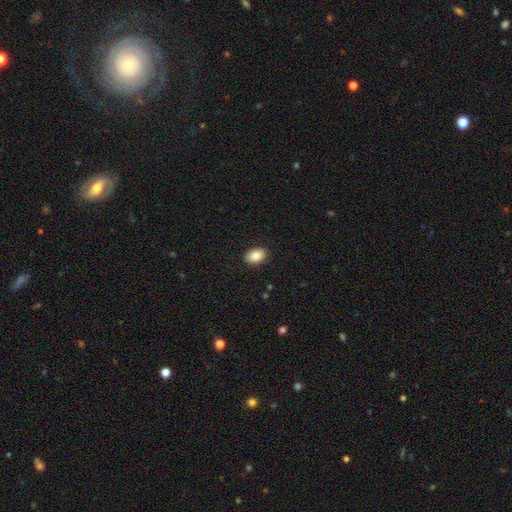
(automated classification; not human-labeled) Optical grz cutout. It shows a smooth galaxy with no disk features (87%) that is in between round and cigar-shaped (85%). Merging: none (89%).